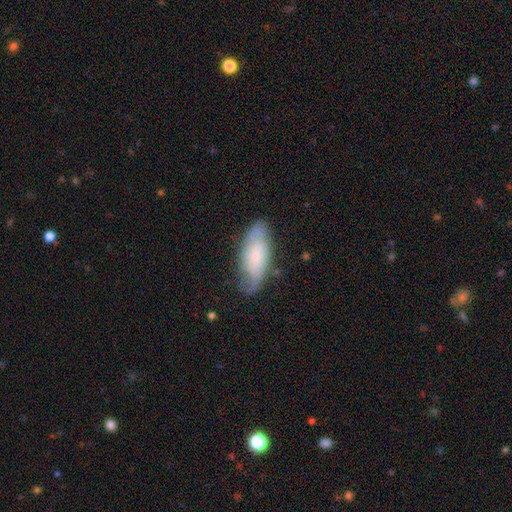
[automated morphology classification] Smooth or featured: featured or disk — 54% (smooth — 39%)
Edge-on disk: no — 87% (yes — 13%)
Merging: none — 71% (minor disturbance — 21%)